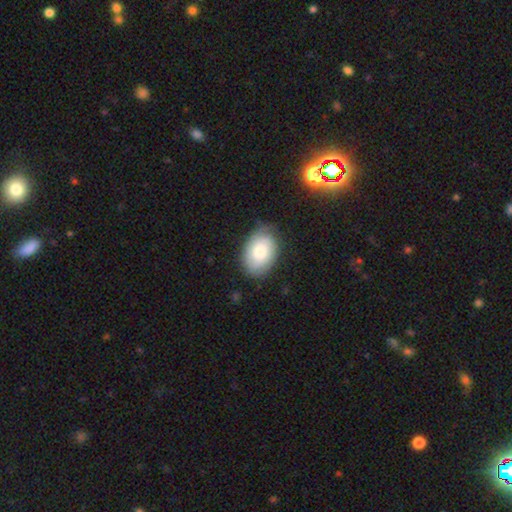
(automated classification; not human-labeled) A smooth galaxy with no disk features (65%) that is in between round and cigar-shaped (83%).

Vote fractions:
- Smooth or featured? smooth: 65% / featured or disk: 28% / star or artifact: 6%
- How rounded? in between: 83% / round: 16% / cigar-shaped: 1%
- Merging? none: 74% / minor disturbance: 20% / major disturbance: 5% / merger: 1%